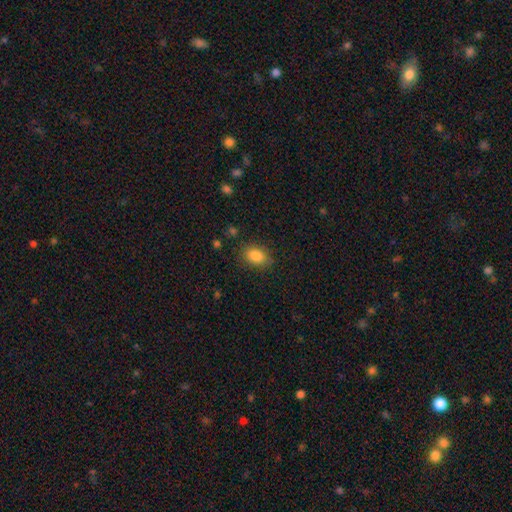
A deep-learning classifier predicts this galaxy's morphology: Smooth or featured? Predicted: smooth (p=0.86). How rounded? Predicted: in between (p=0.82). Merging? Predicted: none (p=0.82).